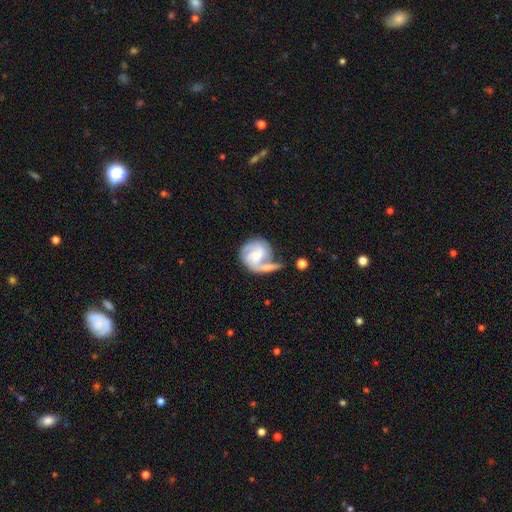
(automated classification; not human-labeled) Smooth or featured? featured or disk (73%)
Edge-on disk? no (98%)
Bar? no (53%)
Spiral arms? yes (90%)
Spiral winding? medium (42%)
Spiral arm count? 2 (45%)
Bulge size? small (38%)
Merging? none (34%)